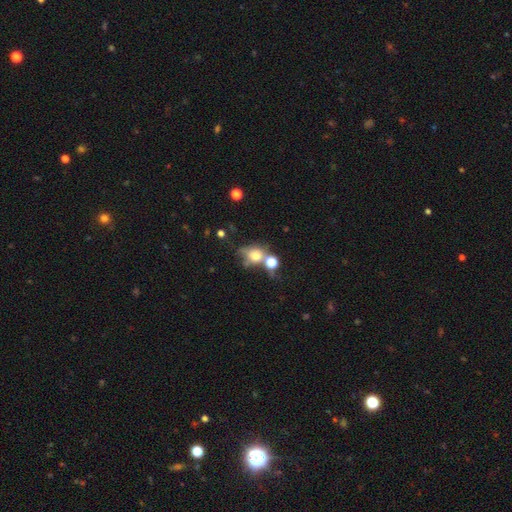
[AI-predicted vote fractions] A smooth galaxy with no disk features (67%) that is round (64%). Merging: none (34%, tied with merger).